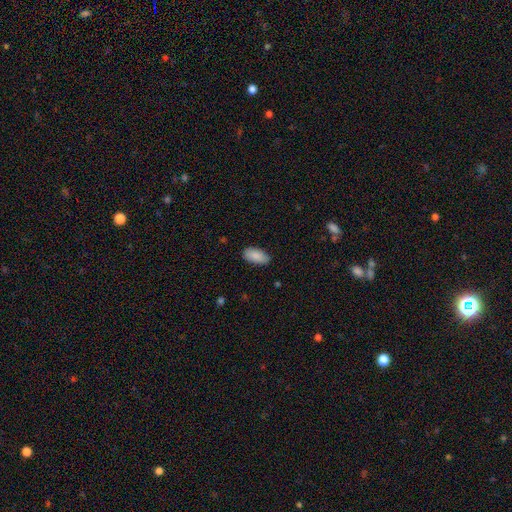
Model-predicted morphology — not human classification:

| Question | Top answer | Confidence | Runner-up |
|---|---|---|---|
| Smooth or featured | smooth | 89% | star or artifact (6%) |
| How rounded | in between | 94% | cigar-shaped (4%) |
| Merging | none | 83% | minor disturbance (13%) |